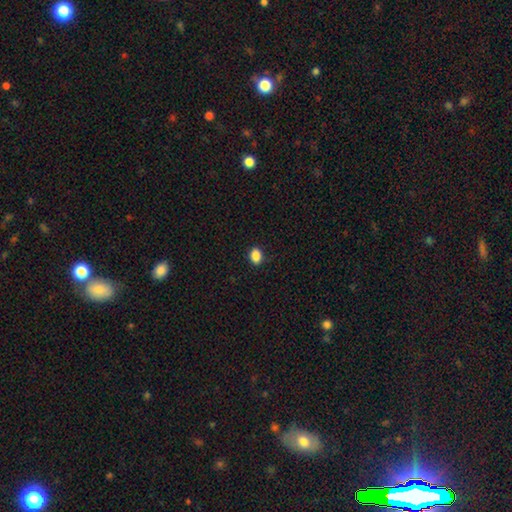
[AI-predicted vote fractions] Overall: smooth (87%). How rounded: in between (70%). Merging: none (87%).